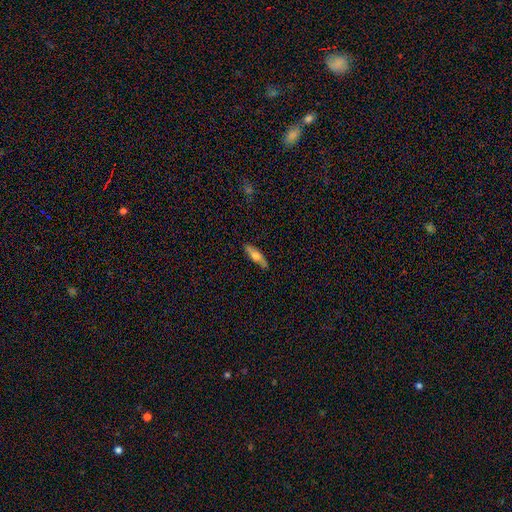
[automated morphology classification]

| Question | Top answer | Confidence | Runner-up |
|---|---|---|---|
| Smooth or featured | smooth | 59% | featured or disk (35%) |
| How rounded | cigar-shaped | 58% | in between (40%) |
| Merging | none | 86% | minor disturbance (11%) |